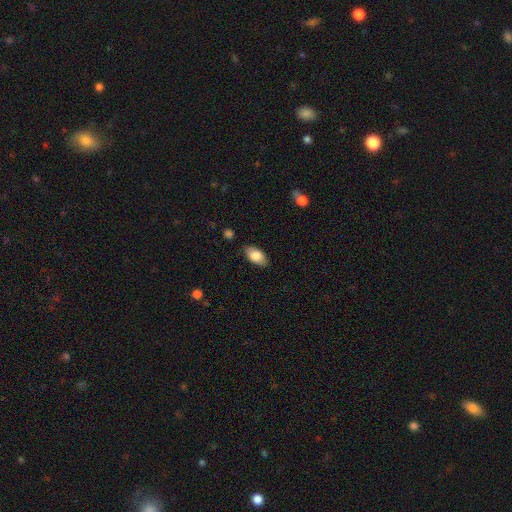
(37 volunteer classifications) Smooth or featured? 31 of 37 (84%) said smooth. How rounded? 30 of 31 (97%) said in between. Merging? 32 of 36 (89%) said none.